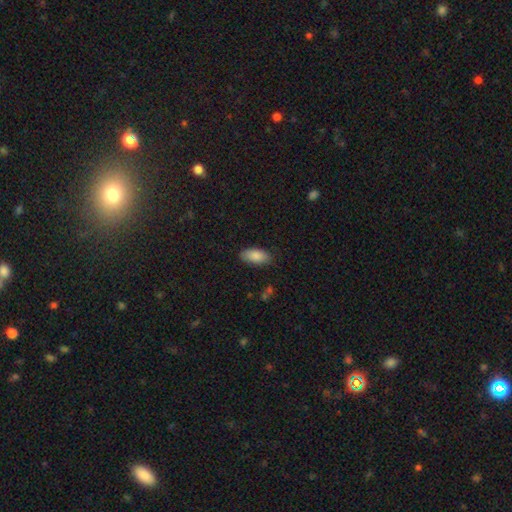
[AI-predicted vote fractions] Smooth or featured?
  - smooth: 86% *
  - featured or disk: 7%
  - star or artifact: 7%
How rounded?
  - in between: 90% *
  - cigar-shaped: 8%
  - round: 2%
Merging?
  - none: 83% *
  - minor disturbance: 13%
  - major disturbance: 3%
  - merger: 1%